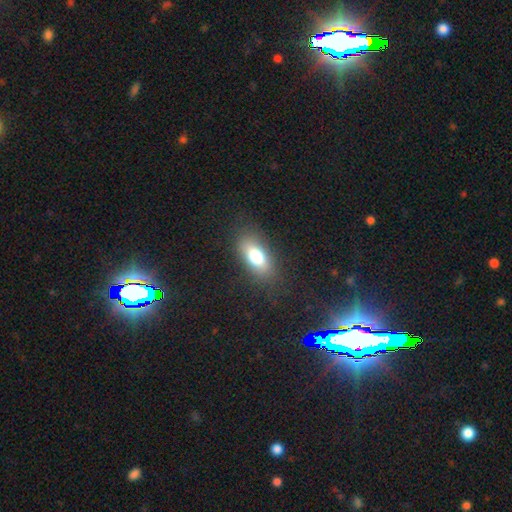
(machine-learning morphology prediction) The model was most divided on "smooth or featured": smooth: 66%, star or artifact: 20%, featured or disk: 14%. More confident: merging — none (86%); how rounded — in between (80%).